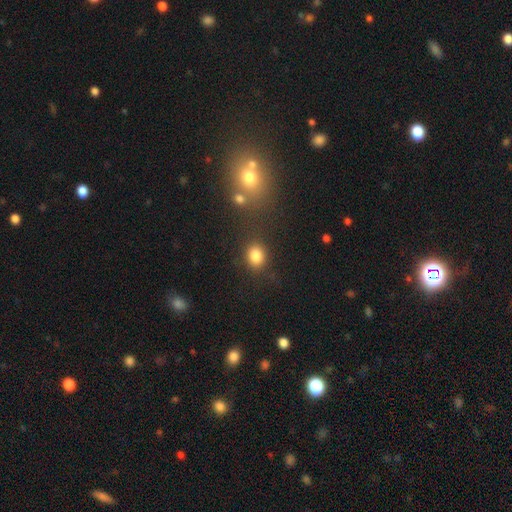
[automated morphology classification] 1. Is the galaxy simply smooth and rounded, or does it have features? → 83% smooth, 11% star or artifact, 6% featured or disk.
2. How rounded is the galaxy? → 56% round, 43% in between, 1% cigar-shaped.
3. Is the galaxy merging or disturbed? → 78% none, 12% minor disturbance, 5% merger, 5% major disturbance.